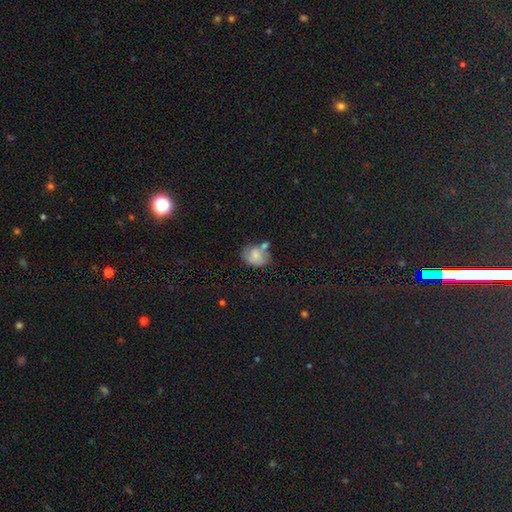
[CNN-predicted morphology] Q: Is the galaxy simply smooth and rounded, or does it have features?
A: smooth — 56%.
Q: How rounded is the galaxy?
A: in between — 58%.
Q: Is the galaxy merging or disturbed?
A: none — 42%.